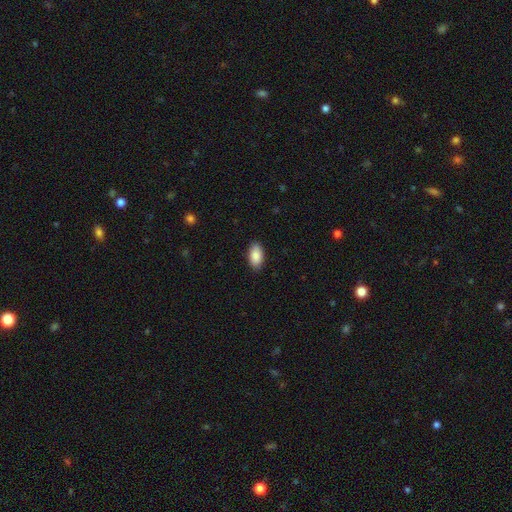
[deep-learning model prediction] Overall: smooth (88%). How rounded: in between (95%). Merging: none (88%).